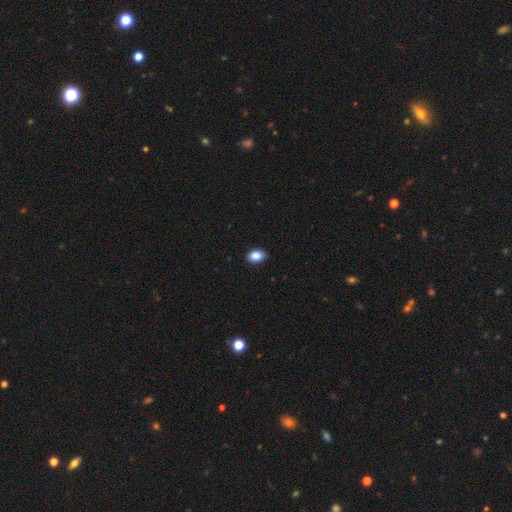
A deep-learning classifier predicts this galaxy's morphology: Smooth or featured?
  - smooth: 87% *
  - star or artifact: 8%
  - featured or disk: 4%
How rounded?
  - in between: 77% *
  - round: 21%
  - cigar-shaped: 1%
Merging?
  - none: 87% *
  - minor disturbance: 10%
  - major disturbance: 2%
  - merger: 1%